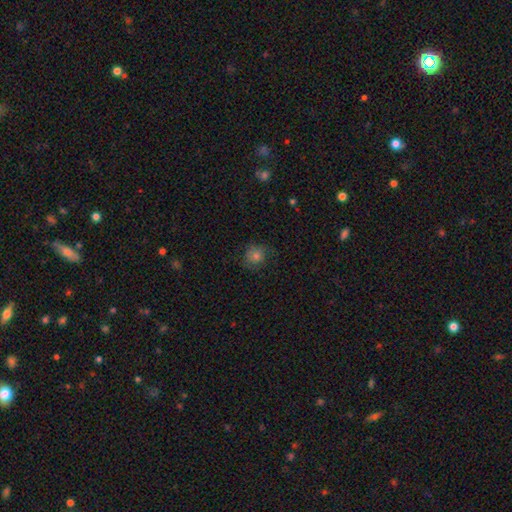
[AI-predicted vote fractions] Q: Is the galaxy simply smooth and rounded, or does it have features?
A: smooth — 71%.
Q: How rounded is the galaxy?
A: round — 85%.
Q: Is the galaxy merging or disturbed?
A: none — 75%.